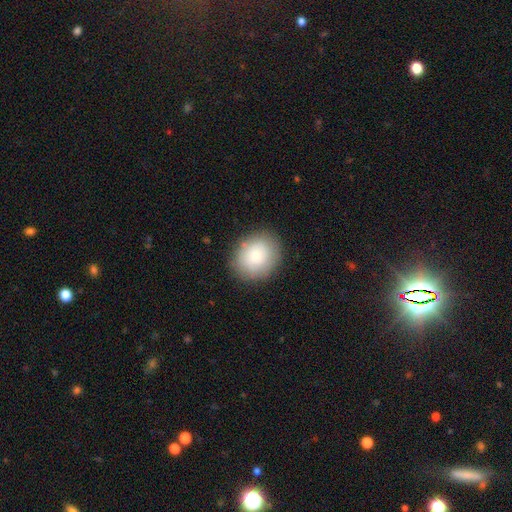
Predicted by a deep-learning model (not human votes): Overall: smooth (80%). How rounded: round (67%; in between 32%). Merging: none (85%).